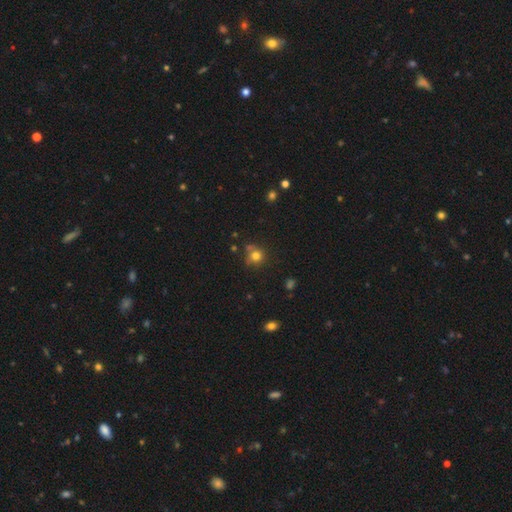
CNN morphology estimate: type=smooth (77%); roundness=round (86%); merging=none (64%).